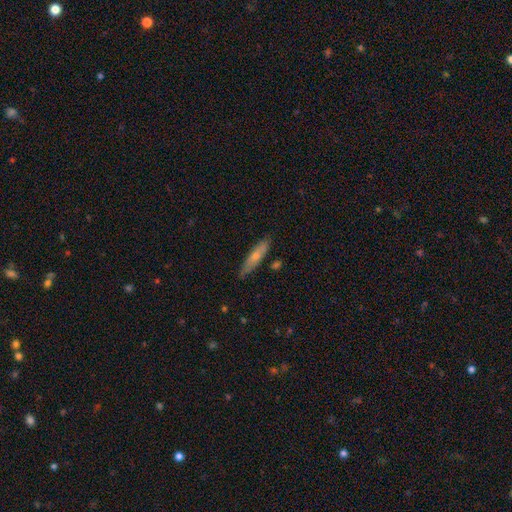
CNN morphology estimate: This is likely a smooth galaxy (61%). How rounded: likely cigar-shaped (77%). Merging: likely none (80%).